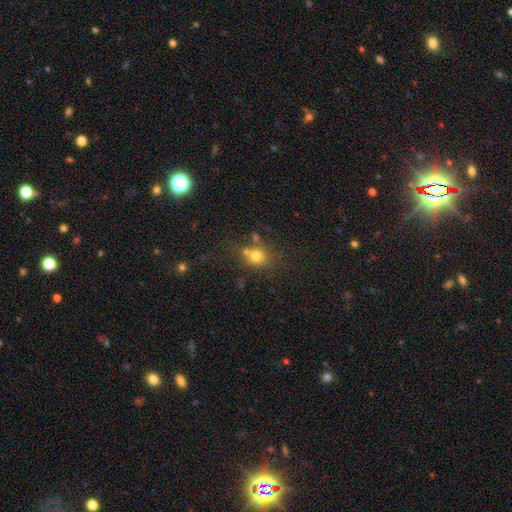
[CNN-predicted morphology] This appears to be a smooth galaxy with no disk features (74%) that is round (73%). Merging: none (54%).